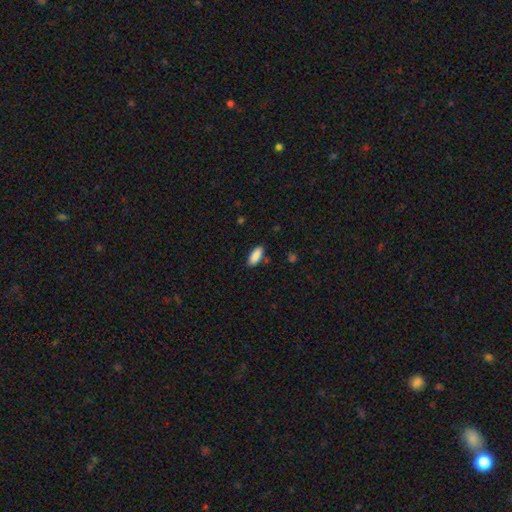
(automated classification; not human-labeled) Smooth or featured? Predicted: smooth (p=0.89). How rounded? Predicted: in between (p=0.80). Merging? Predicted: none (p=0.84).